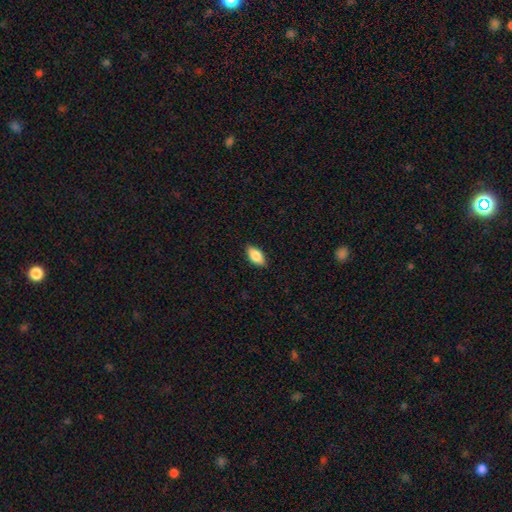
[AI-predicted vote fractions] Morphology: type=smooth (82%); roundness=in between (90%); merging=none (87%).